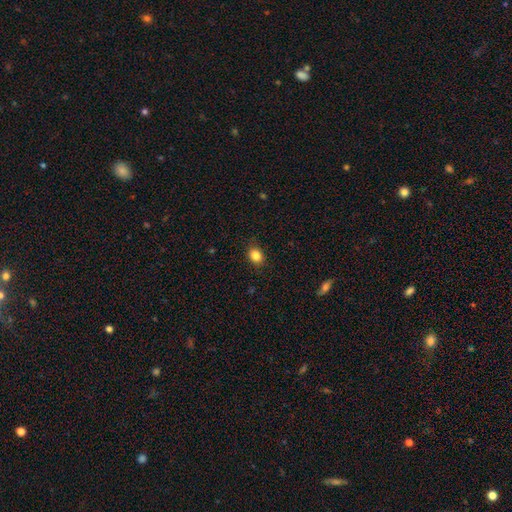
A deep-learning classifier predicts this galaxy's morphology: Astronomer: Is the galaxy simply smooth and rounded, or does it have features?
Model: smooth — 85%.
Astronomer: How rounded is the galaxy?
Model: round — 55% (runner-up: in between, 44%).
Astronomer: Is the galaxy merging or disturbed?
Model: none — 87%.